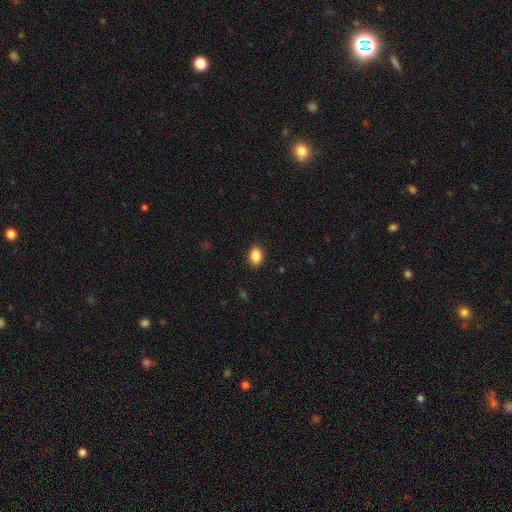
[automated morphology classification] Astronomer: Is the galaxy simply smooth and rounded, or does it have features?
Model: smooth — 88%.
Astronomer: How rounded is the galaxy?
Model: in between — 81%.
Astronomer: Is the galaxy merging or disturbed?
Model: none — 90%.